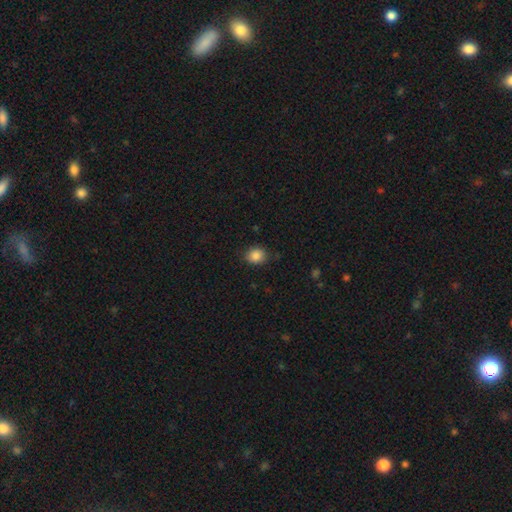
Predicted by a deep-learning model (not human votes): Smooth or featured? Predicted: smooth (p=0.86). How rounded? Predicted: round (p=0.63). Merging? Predicted: none (p=0.83).